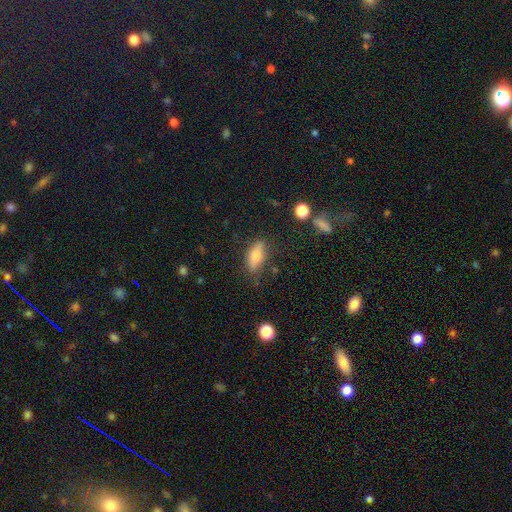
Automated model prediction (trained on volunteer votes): A smooth galaxy with no disk features (67%) that is in between round and cigar-shaped (71%).

Vote fractions:
- Smooth or featured? smooth: 67% / featured or disk: 25% / star or artifact: 8%
- How rounded? in between: 71% / cigar-shaped: 25% / round: 4%
- Merging? none: 79% / minor disturbance: 15% / major disturbance: 4% / merger: 2%